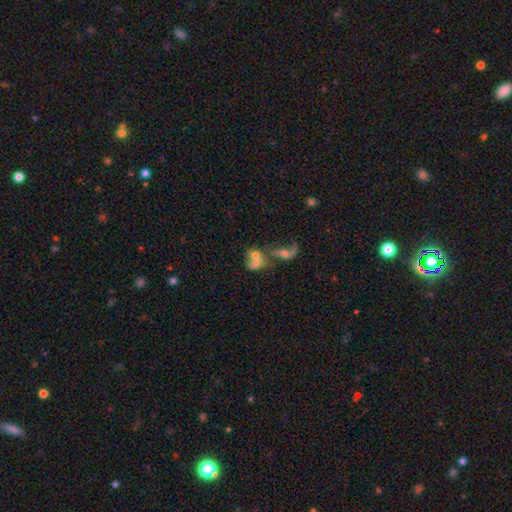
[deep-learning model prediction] A smooth galaxy with no disk features (47%).

Vote fractions:
- Smooth or featured? smooth: 47% / featured or disk: 40% / star or artifact: 12%
- Merging? merger: 73% / none: 11% / major disturbance: 10% / minor disturbance: 5%